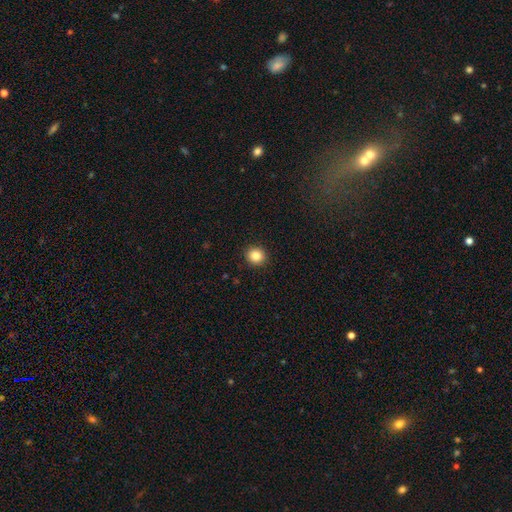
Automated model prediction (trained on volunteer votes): smooth 85%, star or artifact 10%, featured or disk 5%. Down the decision tree: how rounded — round (88%); merging — none (92%).